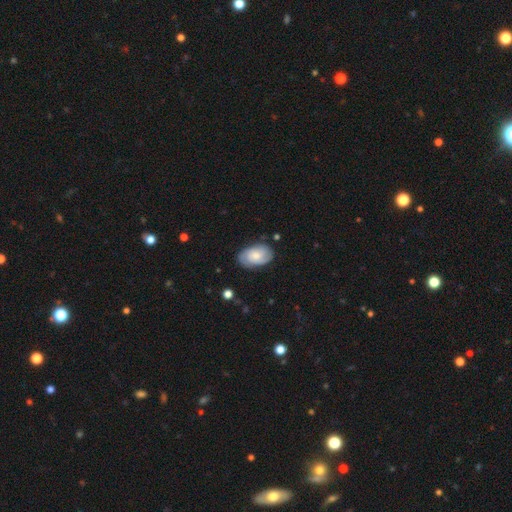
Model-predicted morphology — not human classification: Smooth or featured: featured or disk — 51% (smooth — 42%)
Edge-on disk: no — 96% (yes — 4%)
Merging: none — 76% (minor disturbance — 18%)